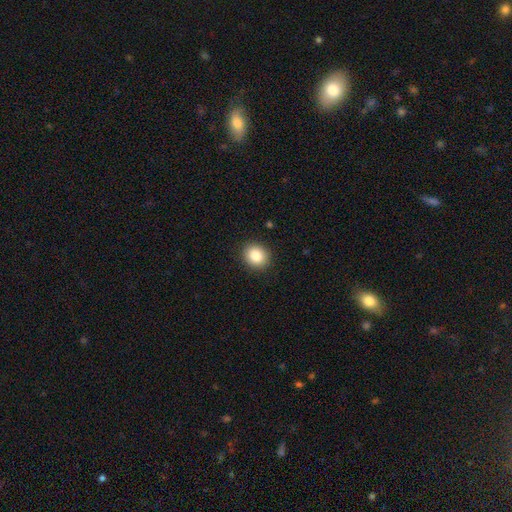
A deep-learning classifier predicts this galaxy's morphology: Smooth or featured? Predicted: smooth (p=0.84). How rounded? Predicted: round (p=0.71). Merging? Predicted: none (p=0.91).